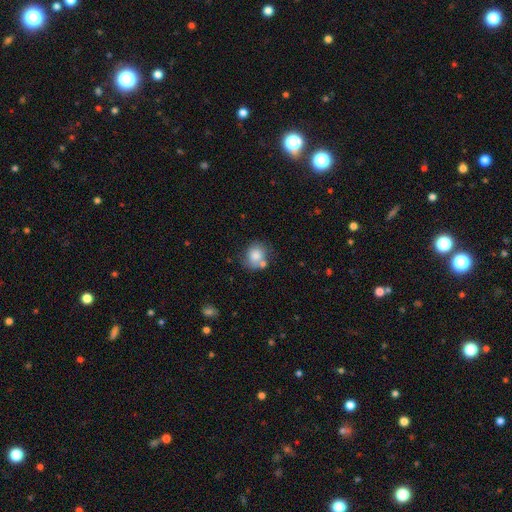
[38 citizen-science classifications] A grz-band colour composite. It shows a smooth galaxy with no disk features (84%) that is round (78%). Merging: none (61%).